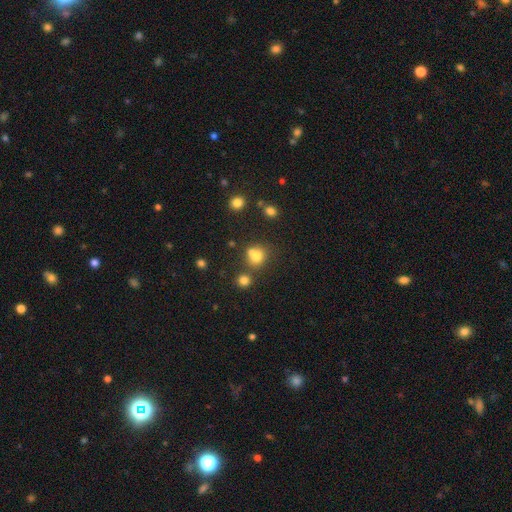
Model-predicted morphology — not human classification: The model was most divided on "merging": none: 42%, merger: 39%, minor disturbance: 12%, major disturbance: 6%. More confident: smooth or featured — smooth (73%); how rounded — round (69%).